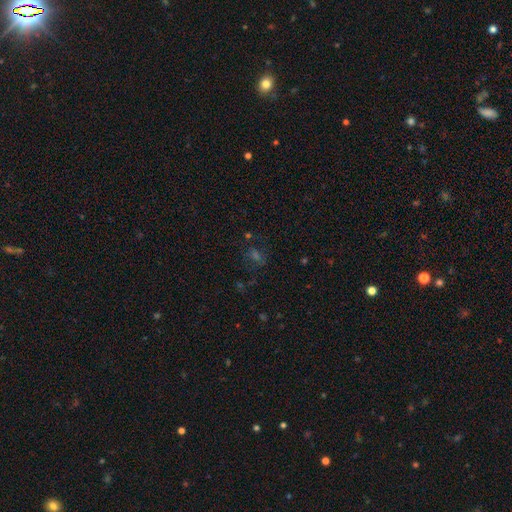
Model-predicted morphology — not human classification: smooth_or_featured: star or artifact (p=0.44) [alt: smooth p=0.33]